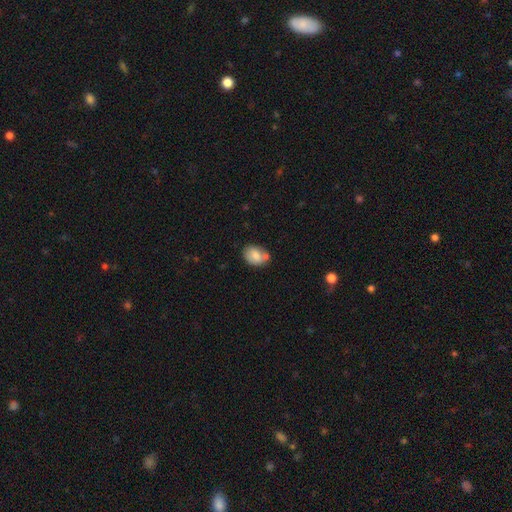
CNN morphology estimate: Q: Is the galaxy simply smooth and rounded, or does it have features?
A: smooth — 75%.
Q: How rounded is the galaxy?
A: in between — 71%.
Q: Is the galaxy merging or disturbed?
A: none — 54%.